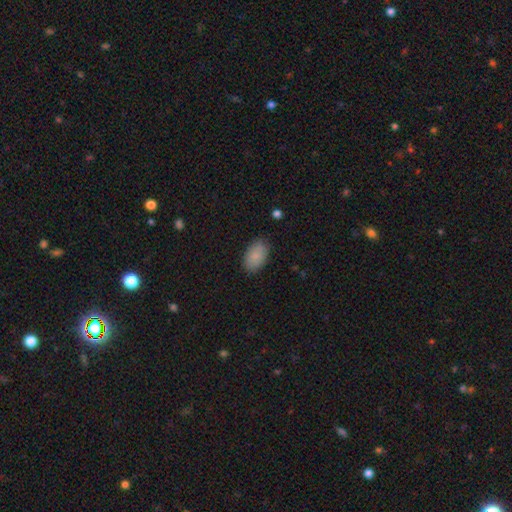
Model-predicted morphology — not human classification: Q: Smooth or featured?
A: smooth (88%); runner-up: star or artifact (7%)
Q: How rounded?
A: in between (93%); runner-up: round (5%)
Q: Merging?
A: none (85%); runner-up: minor disturbance (11%)